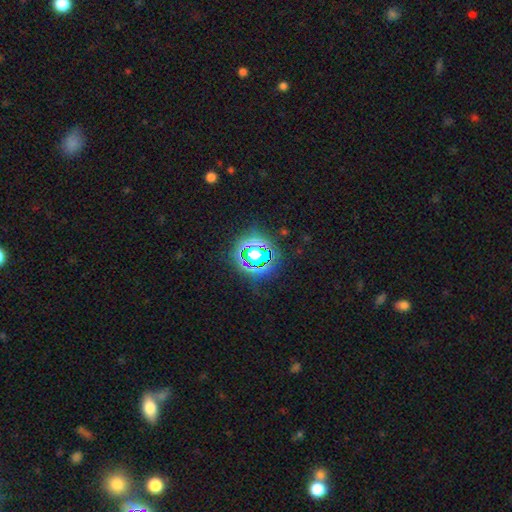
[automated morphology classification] type=star or artifact (66%).